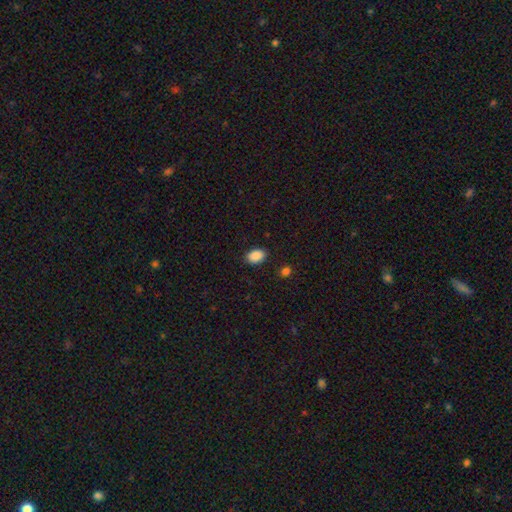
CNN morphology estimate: Q: Smooth or featured?
A: smooth (89%); runner-up: star or artifact (8%)
Q: How rounded?
A: in between (86%); runner-up: round (13%)
Q: Merging?
A: none (87%); runner-up: minor disturbance (9%)